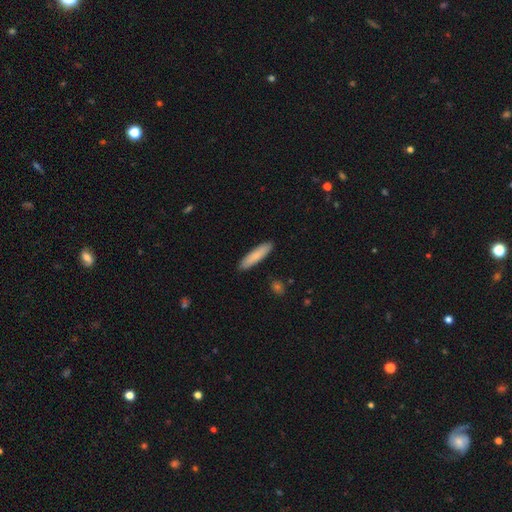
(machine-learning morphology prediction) Smooth or featured?
  - smooth: 82% *
  - featured or disk: 12%
  - star or artifact: 6%
How rounded?
  - cigar-shaped: 78% *
  - in between: 20%
  - round: 1%
Merging?
  - none: 90% *
  - minor disturbance: 7%
  - major disturbance: 1%
  - merger: 1%